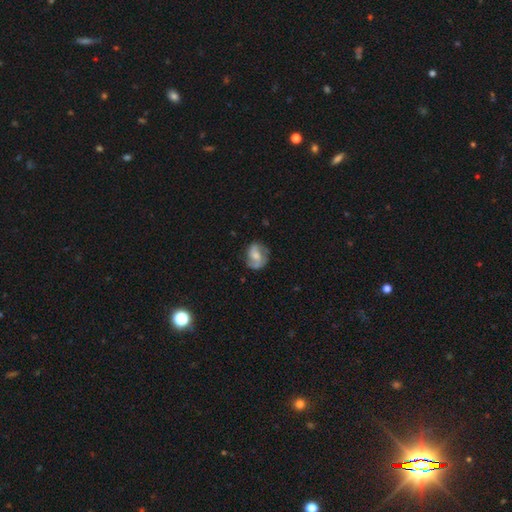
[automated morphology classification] Smooth or featured? Predicted: featured or disk (p=0.66). Edge-on disk? Predicted: no (p=0.97). Bar? Predicted: no (p=0.46). Spiral arms? Predicted: yes (p=0.89). Spiral winding? Predicted: medium (p=0.46). Spiral arm count? Predicted: 2 (p=0.77). Bulge size? Predicted: moderate (p=0.47). Merging? Predicted: none (p=0.66).